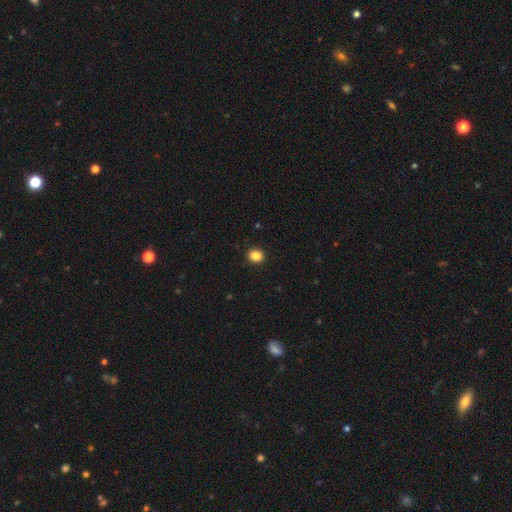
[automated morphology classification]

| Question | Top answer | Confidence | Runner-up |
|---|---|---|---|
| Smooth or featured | smooth | 87% | star or artifact (10%) |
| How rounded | round | 74% | in between (25%) |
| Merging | none | 92% | minor disturbance (6%) |